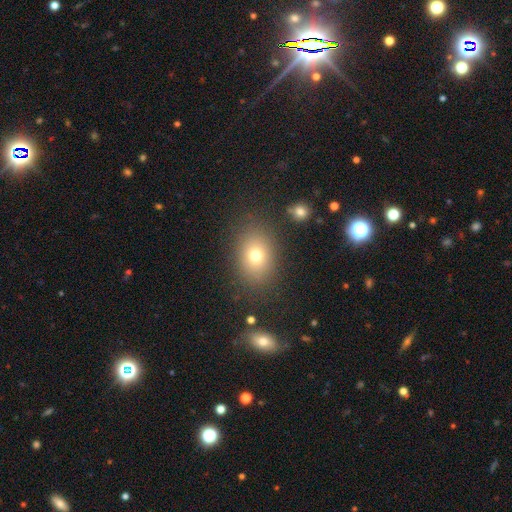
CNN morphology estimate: Q: Smooth or featured?
A: smooth (73%); runner-up: star or artifact (15%)
Q: How rounded?
A: in between (62%); runner-up: round (37%)
Q: Merging?
A: none (82%); runner-up: minor disturbance (10%)